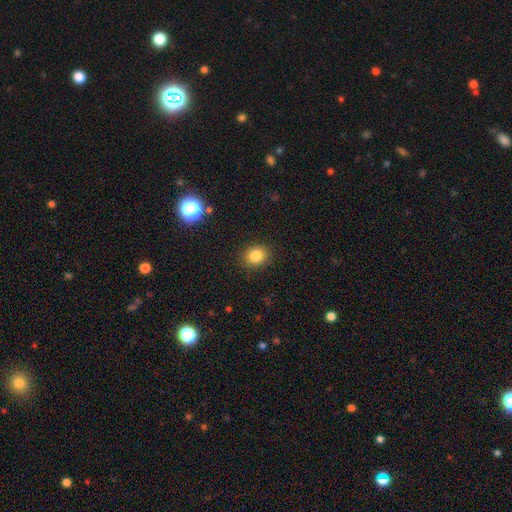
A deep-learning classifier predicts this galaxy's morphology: A smooth galaxy with no disk features (83%) that is round (57%). Merging: none (88%).